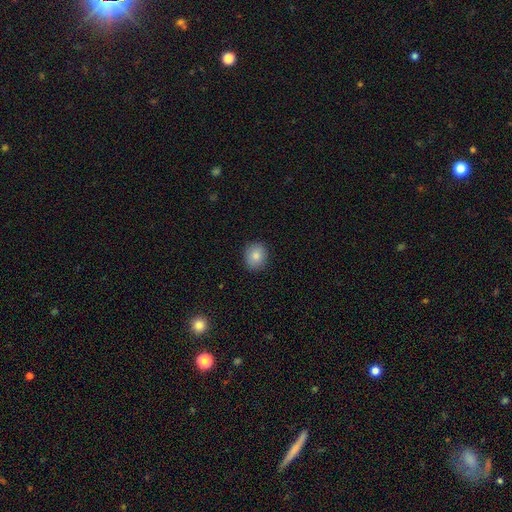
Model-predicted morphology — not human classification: A smooth galaxy with no disk features (84%) that is round (71%).

Vote fractions:
- Smooth or featured? smooth: 84% / star or artifact: 9% / featured or disk: 7%
- How rounded? round: 71% / in between: 28% / cigar-shaped: 1%
- Merging? none: 89% / minor disturbance: 8% / major disturbance: 2% / merger: 1%